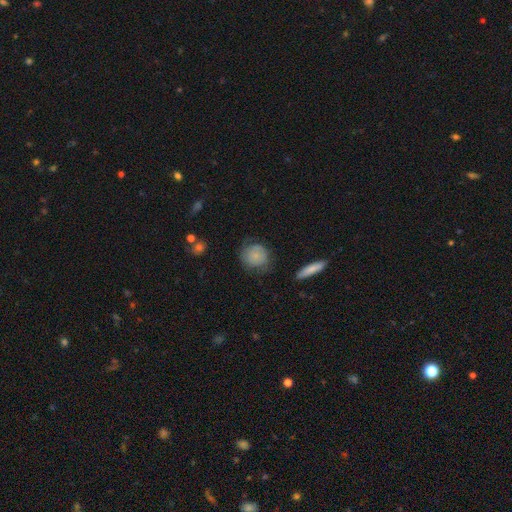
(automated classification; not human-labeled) This appears to be a smooth galaxy with no disk features (68%) that is round (80%). Merging: none (63%).